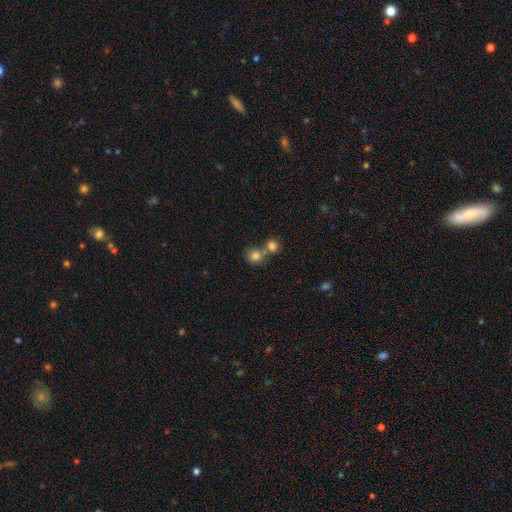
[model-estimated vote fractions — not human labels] This is clearly a smooth galaxy (81%). How rounded: clearly round (84%). Merging: possibly none (46%).